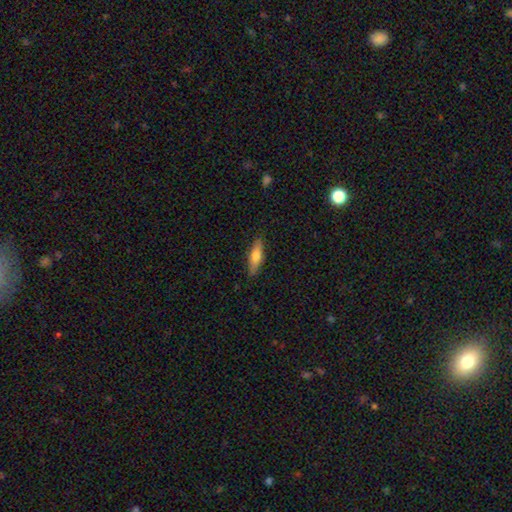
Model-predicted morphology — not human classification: This is likely a smooth galaxy (63%). How rounded: possibly cigar-shaped (60%). Merging: clearly none (86%).